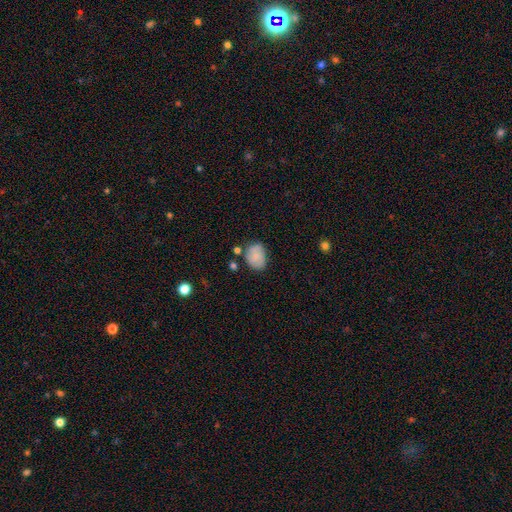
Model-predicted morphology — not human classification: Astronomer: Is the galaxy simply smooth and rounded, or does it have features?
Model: smooth — 83%.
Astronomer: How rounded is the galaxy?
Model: in between — 70%.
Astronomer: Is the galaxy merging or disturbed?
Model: none — 65%.